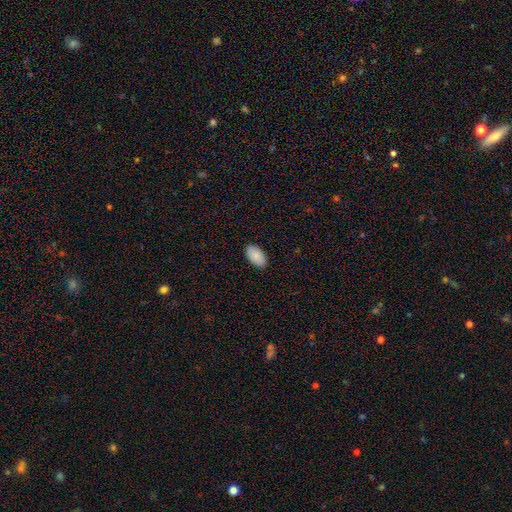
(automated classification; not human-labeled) This is clearly a smooth galaxy (88%). How rounded: clearly in between (95%). Merging: clearly none (88%).